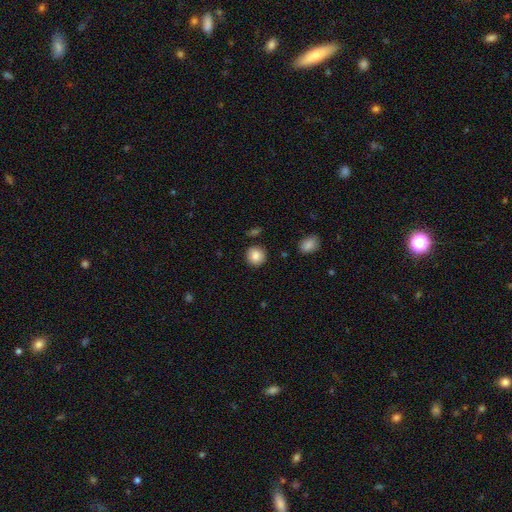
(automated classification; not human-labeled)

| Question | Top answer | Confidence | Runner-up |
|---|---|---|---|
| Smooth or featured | smooth | 86% | star or artifact (9%) |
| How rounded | round | 90% | in between (9%) |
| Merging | none | 87% | minor disturbance (8%) |